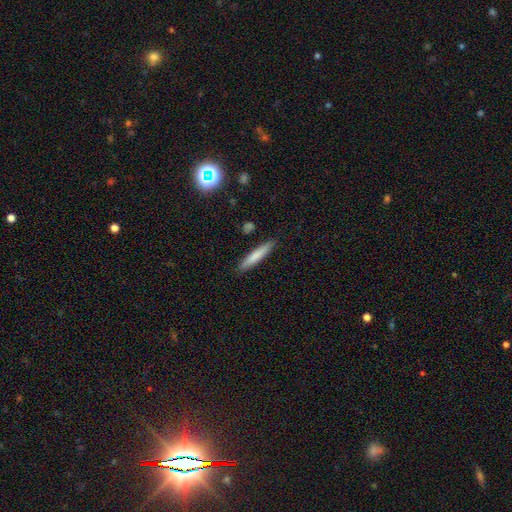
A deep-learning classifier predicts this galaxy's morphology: smooth 77%, featured or disk 17%, star or artifact 6%. Down the decision tree: how rounded — cigar-shaped (92%); merging — none (89%).